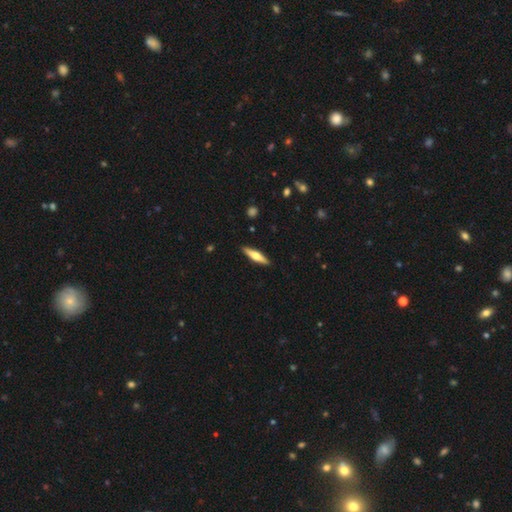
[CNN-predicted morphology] smooth-or-featured: featured or disk: 49% | smooth: 45% | star or artifact: 5%
  merging: none: 91% | minor disturbance: 7% | major disturbance: 1% | merger: 1%